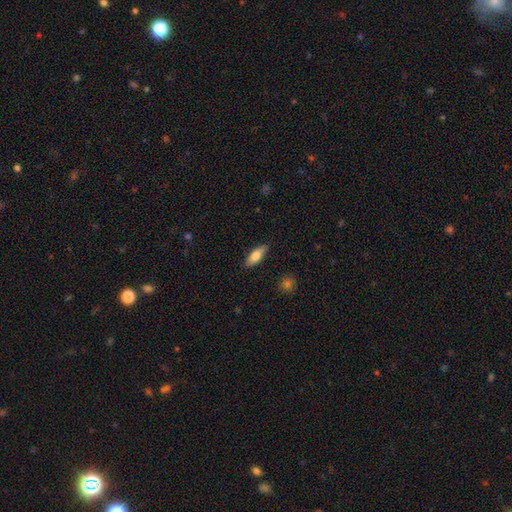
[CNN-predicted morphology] A smooth galaxy with no disk features (72%) that is in between round and cigar-shaped (67%).

Vote fractions:
- Smooth or featured? smooth: 72% / featured or disk: 22% / star or artifact: 6%
- How rounded? in between: 67% / cigar-shaped: 30% / round: 3%
- Merging? none: 86% / minor disturbance: 10% / major disturbance: 2% / merger: 1%